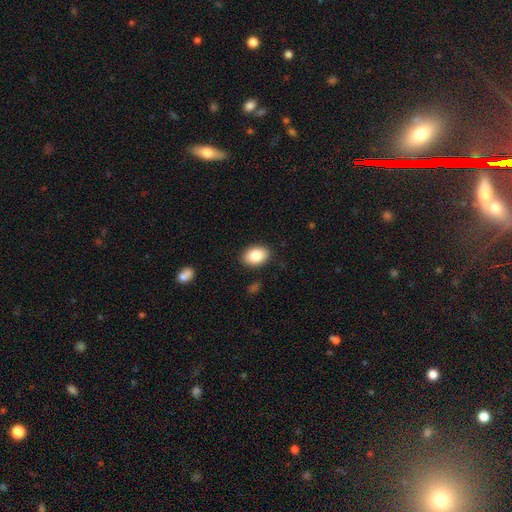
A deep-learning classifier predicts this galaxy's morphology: This appears to be a smooth galaxy with no disk features (85%) that is in between round and cigar-shaped (81%). Merging: none (88%).